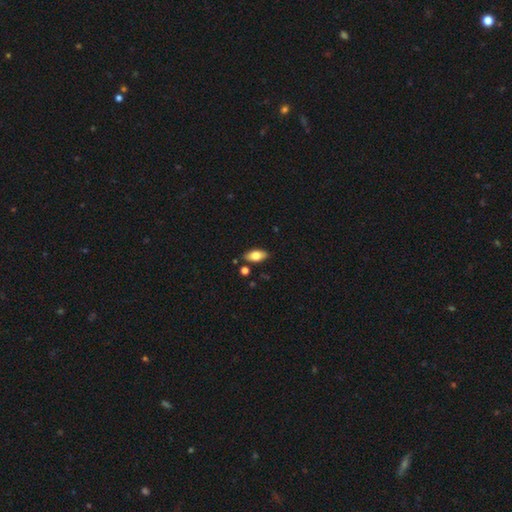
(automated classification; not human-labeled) Q: Smooth or featured?
A: smooth (74%); runner-up: featured or disk (19%)
Q: How rounded?
A: in between (89%); runner-up: cigar-shaped (8%)
Q: Merging?
A: none (84%); runner-up: minor disturbance (10%)